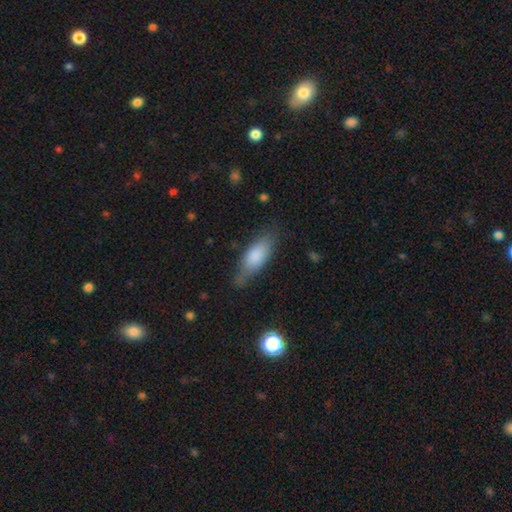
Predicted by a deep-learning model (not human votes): Q: Smooth or featured?
A: smooth (77%); runner-up: featured or disk (17%)
Q: How rounded?
A: in between (69%); runner-up: cigar-shaped (28%)
Q: Merging?
A: none (63%); runner-up: minor disturbance (26%)